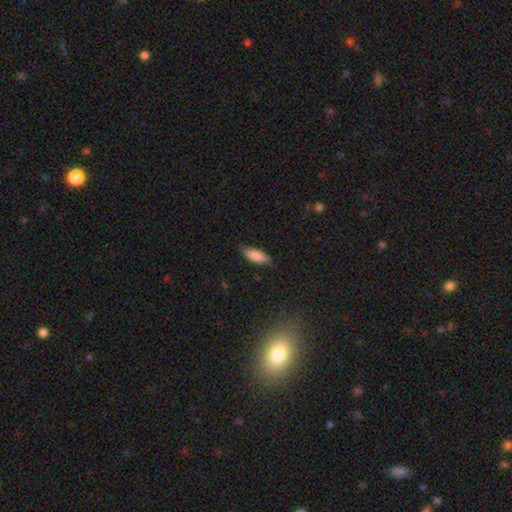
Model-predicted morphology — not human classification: type=smooth (85%); roundness=in between (69%); merging=none (79%).